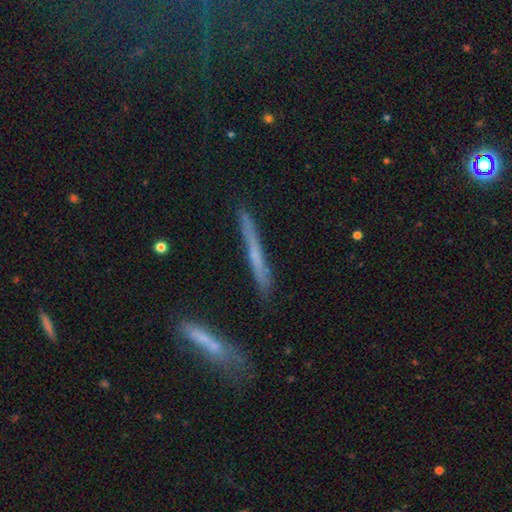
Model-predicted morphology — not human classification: This appears to be a featured or disk galaxy (49%). Merging: none (83%).